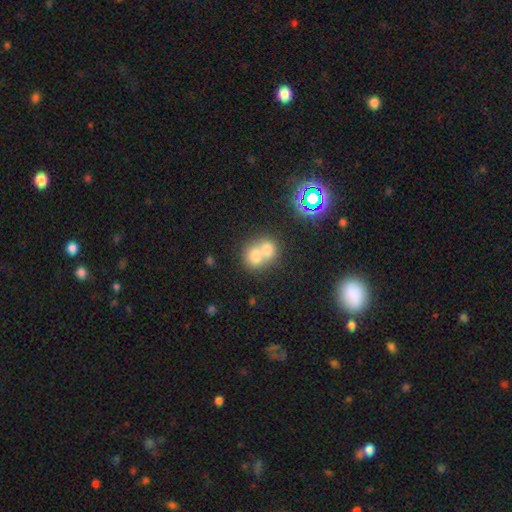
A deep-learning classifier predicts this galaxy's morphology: Smooth or featured? smooth (71%)
How rounded? round (71%)
Merging? merger (70%)